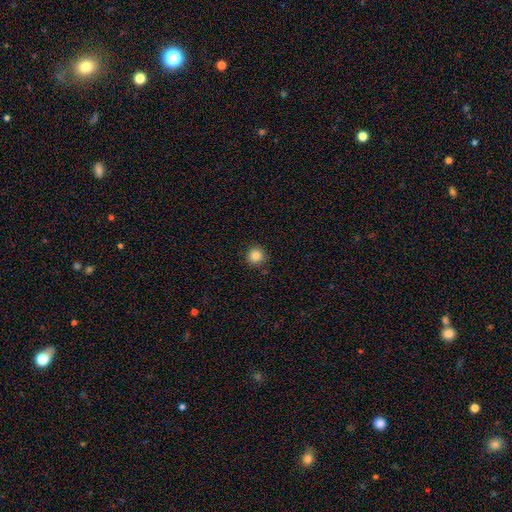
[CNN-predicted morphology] This appears to be a smooth galaxy with no disk features (85%) that is round (94%). Merging: none (88%).